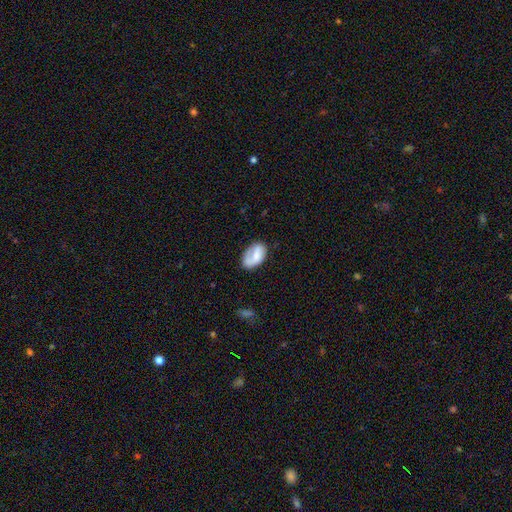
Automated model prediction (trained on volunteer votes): This appears to be a smooth galaxy with no disk features (68%) that is in between round and cigar-shaped (91%). Merging: none (56%).